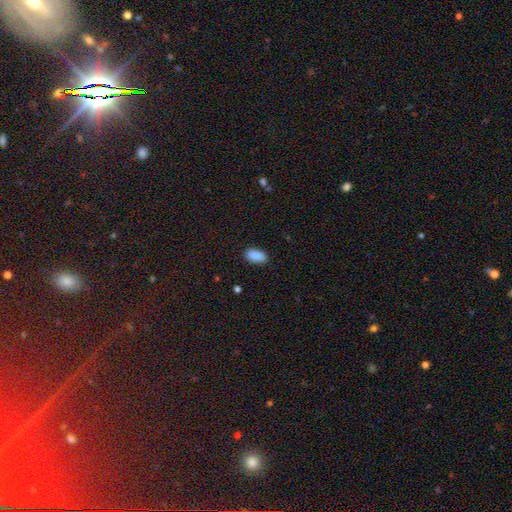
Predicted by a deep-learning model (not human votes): The model was most divided on "merging": none: 86%, minor disturbance: 10%, major disturbance: 2%, merger: 1%. More confident: how rounded — in between (92%); smooth or featured — smooth (89%).